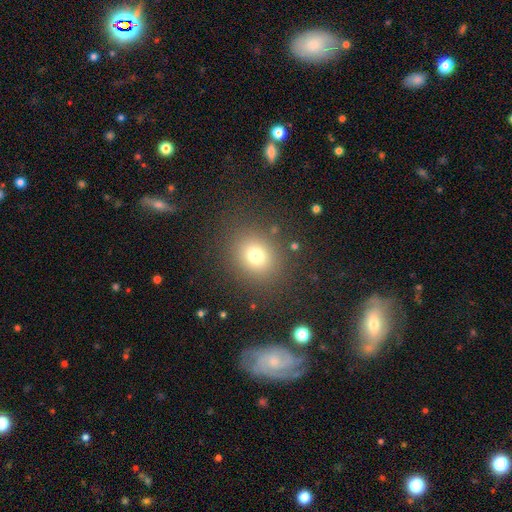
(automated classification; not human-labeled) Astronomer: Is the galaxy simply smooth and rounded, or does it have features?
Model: smooth — 74%.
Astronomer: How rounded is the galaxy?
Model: round — 72%.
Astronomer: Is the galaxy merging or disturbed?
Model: none — 86%.